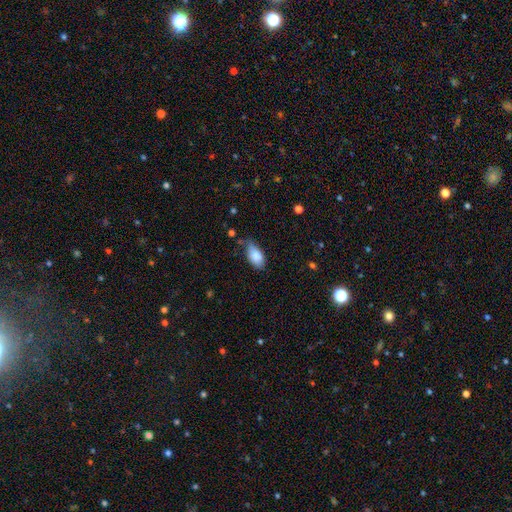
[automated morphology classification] smooth_or_featured: smooth (p=0.85) [alt: featured or disk p=0.08]
how_rounded: in between (p=0.92) [alt: cigar-shaped p=0.04]
merging: none (p=0.52) [alt: minor disturbance p=0.37]